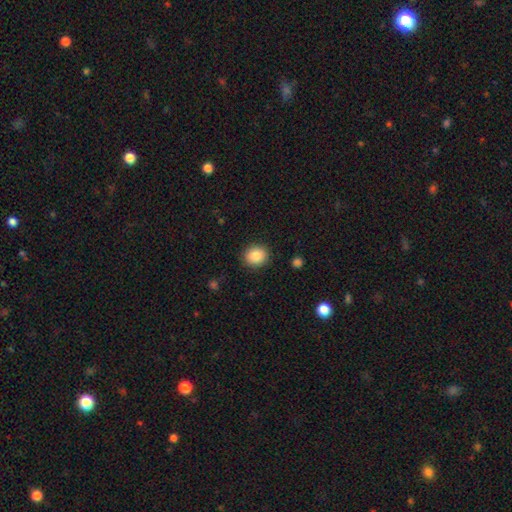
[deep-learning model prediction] Q: Smooth or featured?
A: smooth (86%); runner-up: star or artifact (9%)
Q: How rounded?
A: round (79%); runner-up: in between (20%)
Q: Merging?
A: none (90%); runner-up: minor disturbance (7%)